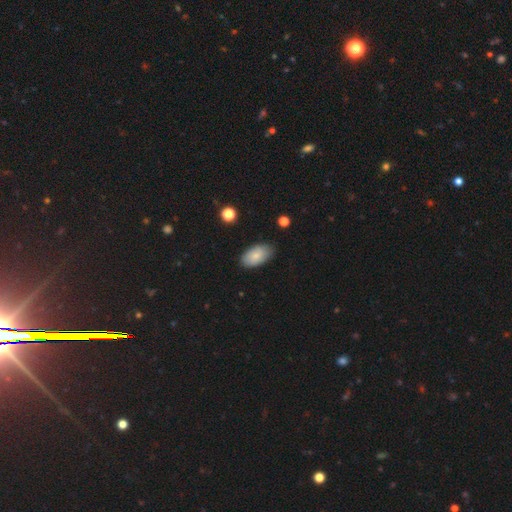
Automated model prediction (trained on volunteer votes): Smooth or featured: smooth — 79% (featured or disk — 15%)
How rounded: in between — 94% (round — 4%)
Merging: none — 80% (minor disturbance — 16%)